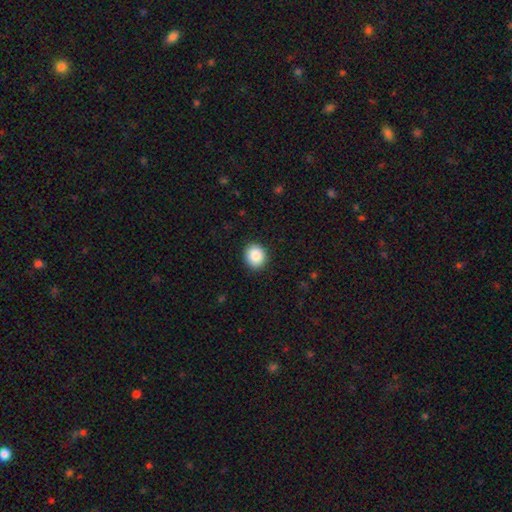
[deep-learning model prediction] smooth-or-featured: smooth: 88% | star or artifact: 8% | featured or disk: 4%
  how-rounded: round: 77% | in between: 22% | cigar-shaped: 1%
  merging: none: 91% | minor disturbance: 7% | major disturbance: 2% | merger: 1%